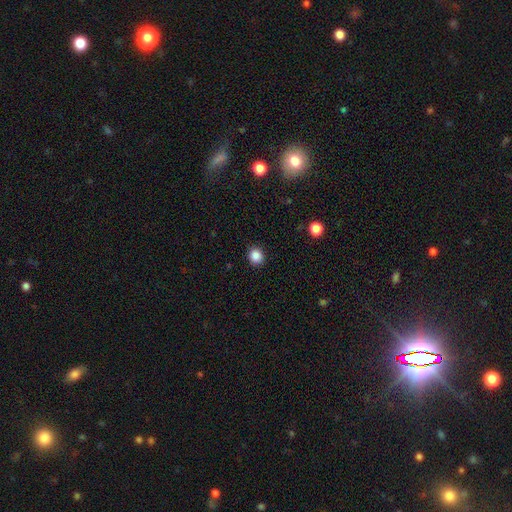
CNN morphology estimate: This is clearly a smooth galaxy (86%). How rounded: likely round (78%). Merging: clearly none (91%).